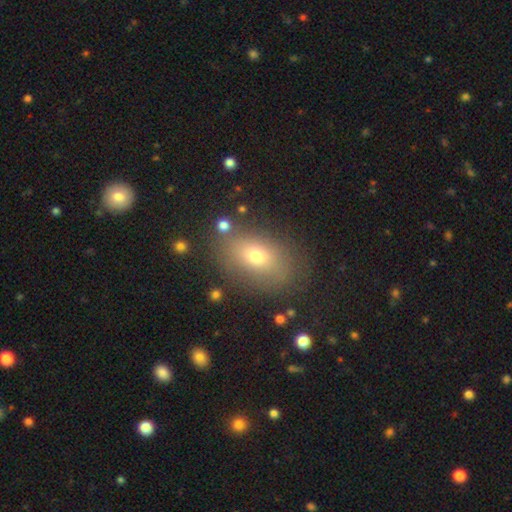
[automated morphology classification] smooth_or_featured: smooth (p=0.69) [alt: featured or disk p=0.17]
how_rounded: in between (p=0.79) [alt: round p=0.19]
merging: none (p=0.76) [alt: minor disturbance p=0.14]